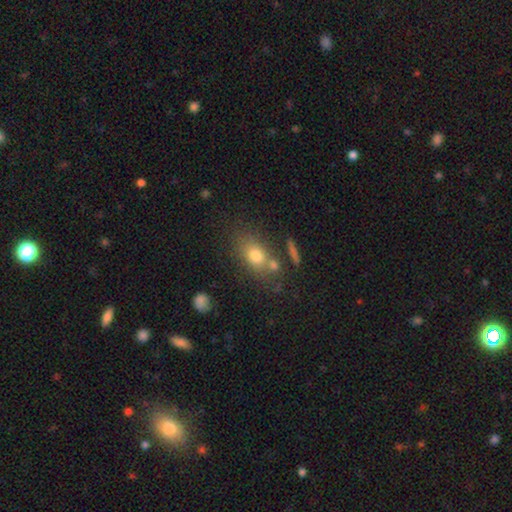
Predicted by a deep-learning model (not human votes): smooth-or-featured: smooth: 74% | featured or disk: 15% | star or artifact: 11%
  how-rounded: in between: 69% | round: 27% | cigar-shaped: 4%
  merging: none: 62% | merger: 17% | minor disturbance: 15% | major disturbance: 6%